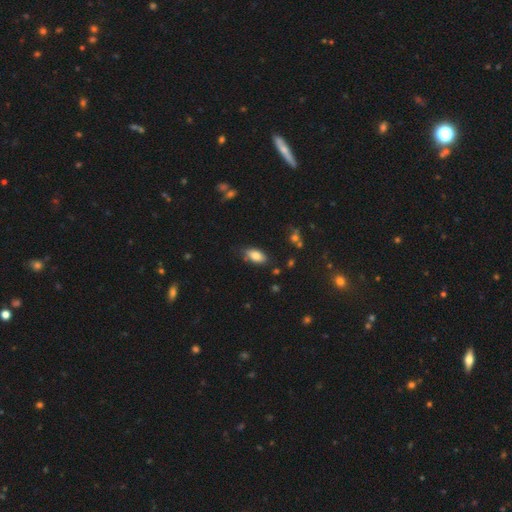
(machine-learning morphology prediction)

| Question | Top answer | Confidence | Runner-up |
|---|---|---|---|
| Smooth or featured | smooth | 81% | featured or disk (11%) |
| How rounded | in between | 91% | cigar-shaped (6%) |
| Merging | none | 76% | minor disturbance (18%) |